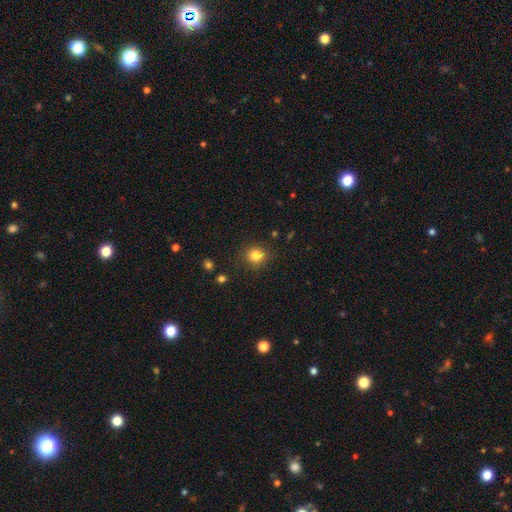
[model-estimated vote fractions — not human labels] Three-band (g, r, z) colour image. It shows a smooth galaxy with no disk features (82%) that is round (85%). Merging: none (87%).